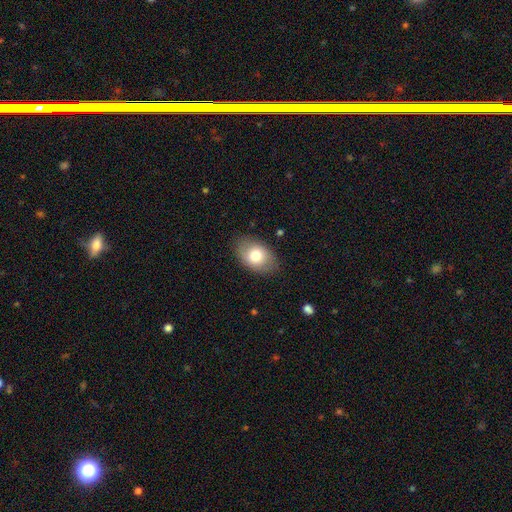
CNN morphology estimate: This appears to be a smooth galaxy with no disk features (76%) that is in between round and cigar-shaped (85%). Merging: none (84%).